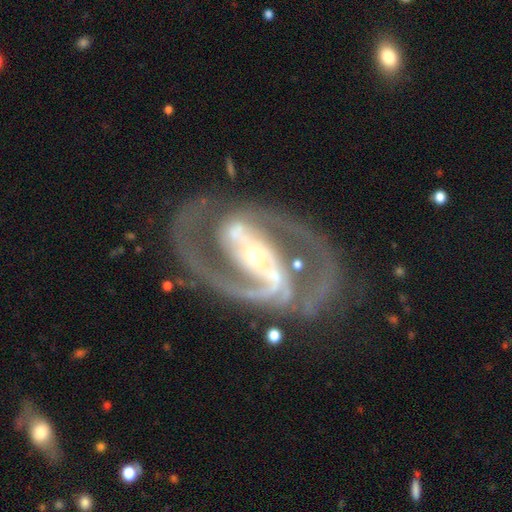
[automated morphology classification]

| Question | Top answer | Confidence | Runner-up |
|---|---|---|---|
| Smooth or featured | featured or disk | 93% | star or artifact (5%) |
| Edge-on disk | no | 97% | yes (3%) |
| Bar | strong | 63% | weak (24%) |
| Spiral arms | yes | 98% | no (2%) |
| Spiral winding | medium | 61% | tight (27%) |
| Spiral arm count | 2 | 91% | 3 (4%) |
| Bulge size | moderate | 48% | small (45%) |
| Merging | none | 70% | minor disturbance (15%) |